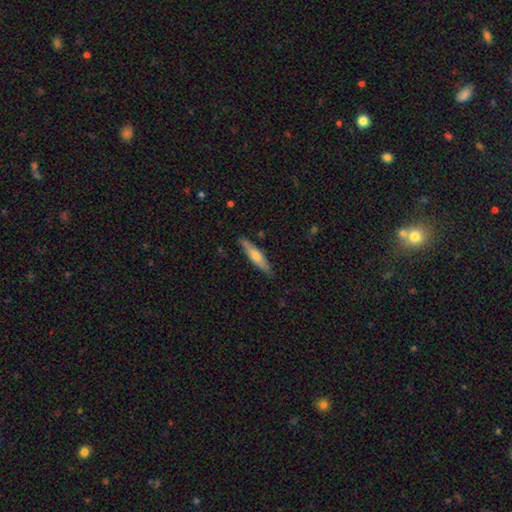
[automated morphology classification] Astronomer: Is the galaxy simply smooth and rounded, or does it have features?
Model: smooth — 53% (runner-up: featured or disk, 41%).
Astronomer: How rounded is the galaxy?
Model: cigar-shaped — 84%.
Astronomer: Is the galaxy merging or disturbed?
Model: none — 86%.